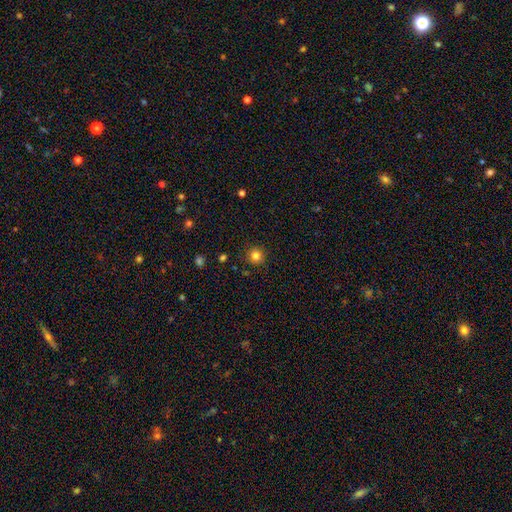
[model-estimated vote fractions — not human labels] Q: Smooth or featured?
A: smooth (82%); runner-up: star or artifact (13%)
Q: How rounded?
A: round (94%); runner-up: in between (5%)
Q: Merging?
A: none (91%); runner-up: minor disturbance (6%)